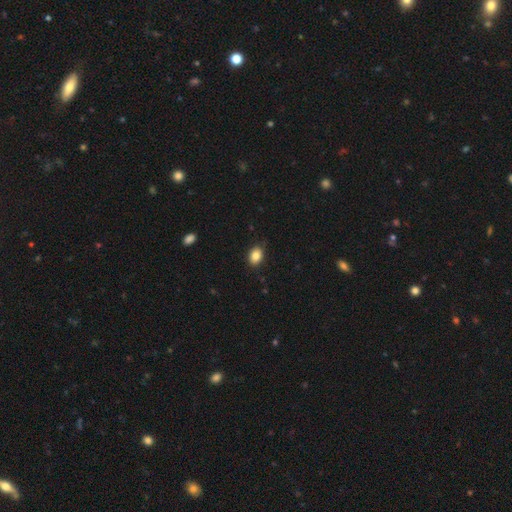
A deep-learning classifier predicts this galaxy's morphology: Overall: smooth (85%). How rounded: in between (72%). Merging: none (83%).